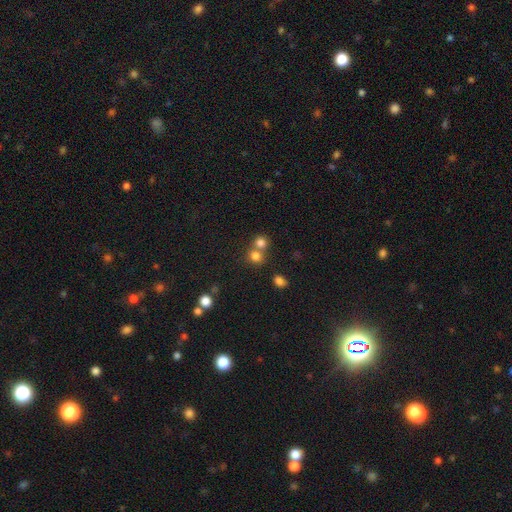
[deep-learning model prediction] Q: Smooth or featured?
A: smooth (77%); runner-up: star or artifact (15%)
Q: How rounded?
A: round (85%); runner-up: in between (14%)
Q: Merging?
A: none (51%); runner-up: merger (40%)